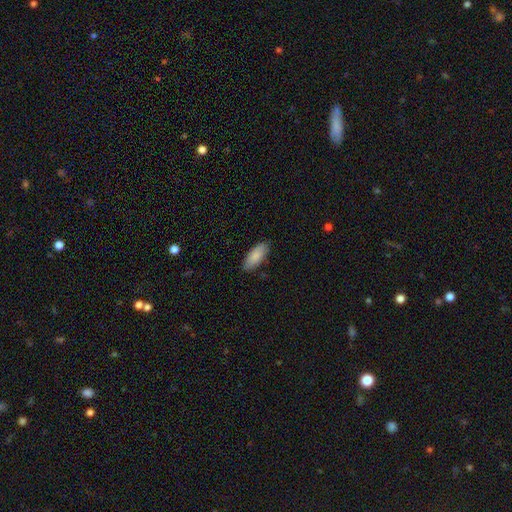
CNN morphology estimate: Smooth or featured? smooth (87%)
How rounded? in between (83%)
Merging? none (87%)